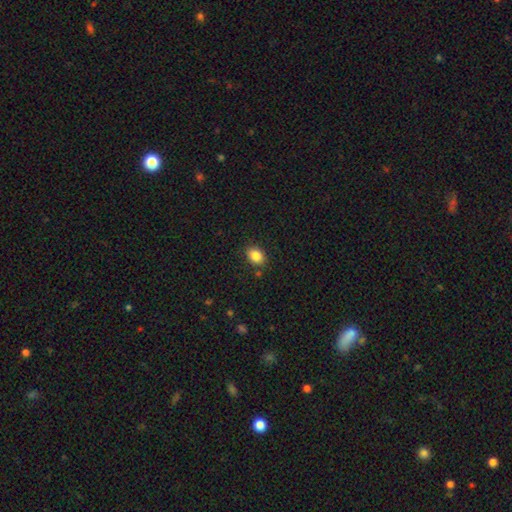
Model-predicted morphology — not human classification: smooth 85%, star or artifact 9%, featured or disk 6%. Down the decision tree: how rounded — in between (67%); merging — none (84%).